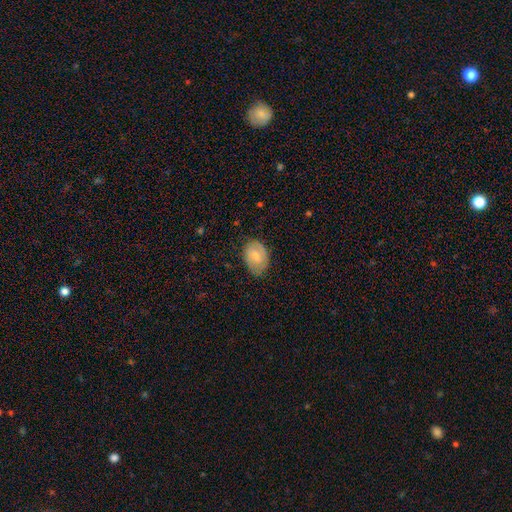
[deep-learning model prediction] Overall: smooth (64%; featured or disk 30%). How rounded: in between (81%). Merging: none (71%).